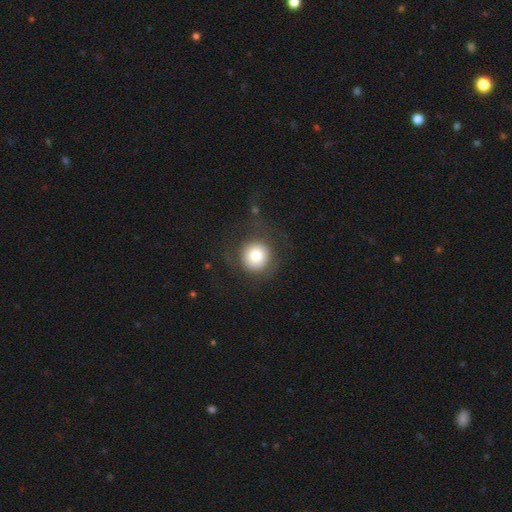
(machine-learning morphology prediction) A smooth galaxy with no disk features (78%) that is round (93%). Merging: none (73%).